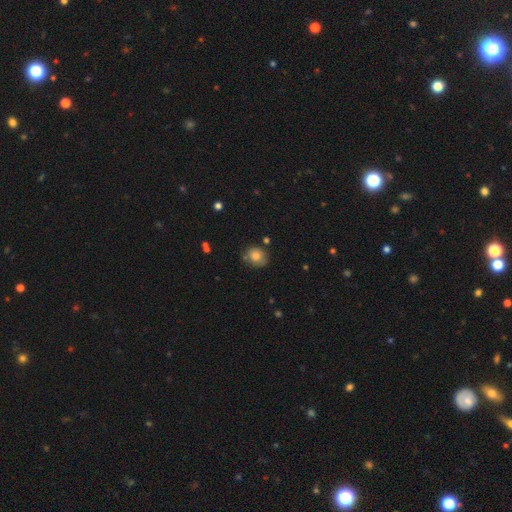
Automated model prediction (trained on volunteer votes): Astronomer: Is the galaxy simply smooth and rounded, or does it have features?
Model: smooth — 77%.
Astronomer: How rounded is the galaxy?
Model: round — 68%.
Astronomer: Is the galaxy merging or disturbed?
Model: none — 70%.